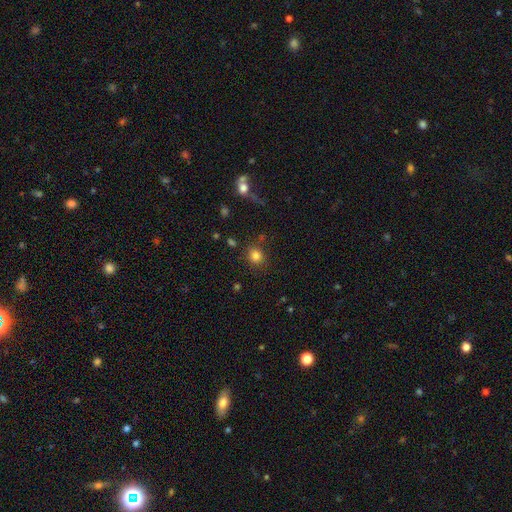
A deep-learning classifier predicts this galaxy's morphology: type=smooth (82%); roundness=round (82%); merging=none (81%).